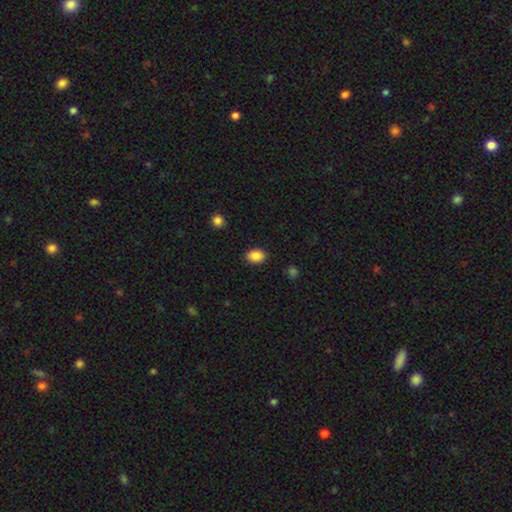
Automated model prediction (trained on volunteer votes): Q: Smooth or featured?
A: smooth (88%); runner-up: star or artifact (9%)
Q: How rounded?
A: in between (71%); runner-up: round (28%)
Q: Merging?
A: none (88%); runner-up: minor disturbance (9%)